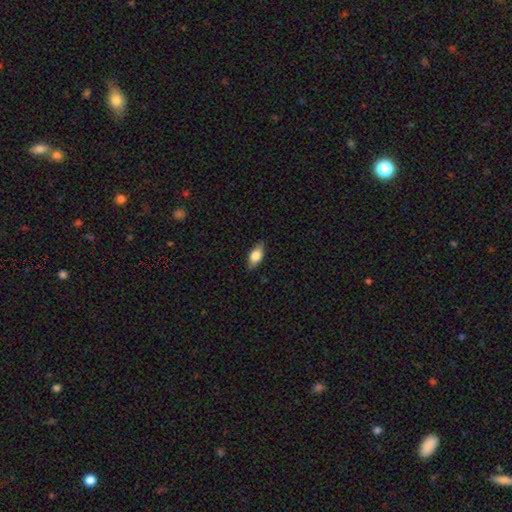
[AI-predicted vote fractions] Morphology: type=smooth (71%); roundness=in between (83%); merging=none (85%).